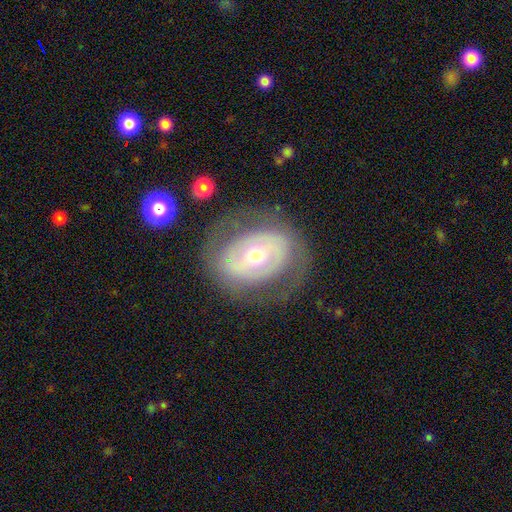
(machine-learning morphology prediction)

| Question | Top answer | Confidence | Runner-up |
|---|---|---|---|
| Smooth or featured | featured or disk | 68% | smooth (25%) |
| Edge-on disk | no | 95% | yes (5%) |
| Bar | no | 48% | weak (31%) |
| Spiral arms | no | 56% | yes (44%) |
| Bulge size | moderate | 54% | small (40%) |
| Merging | none | 69% | minor disturbance (17%) |